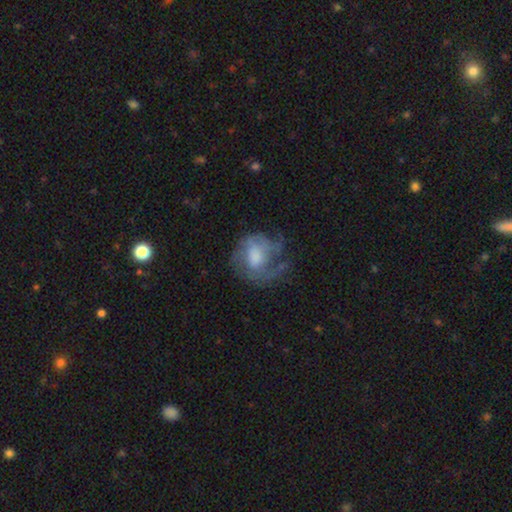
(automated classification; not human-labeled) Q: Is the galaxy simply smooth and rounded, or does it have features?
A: featured or disk — 57%.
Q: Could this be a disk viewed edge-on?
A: no — 98%.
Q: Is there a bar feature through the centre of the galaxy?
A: no — 66%.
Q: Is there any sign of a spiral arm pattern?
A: yes — 70%.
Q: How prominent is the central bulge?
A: large — 34%, tied with moderate.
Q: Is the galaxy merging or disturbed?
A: none — 43%.